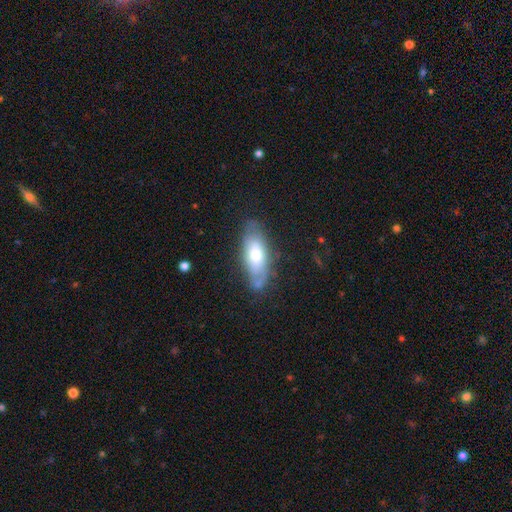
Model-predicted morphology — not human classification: A smooth galaxy with no disk features (57%) that is in between round and cigar-shaped (69%). Merging: none (69%).